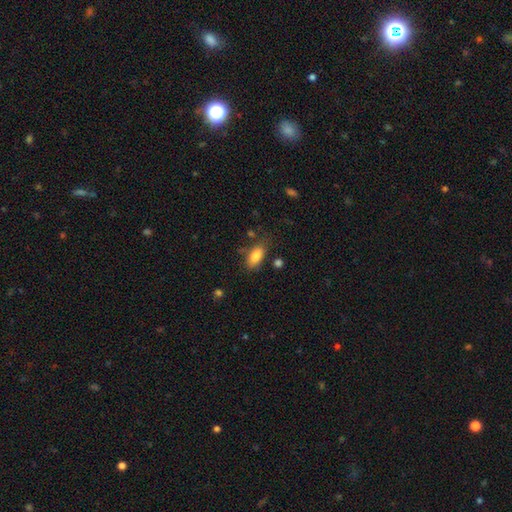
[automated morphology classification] Smooth or featured? smooth (84%)
How rounded? in between (89%)
Merging? none (69%)